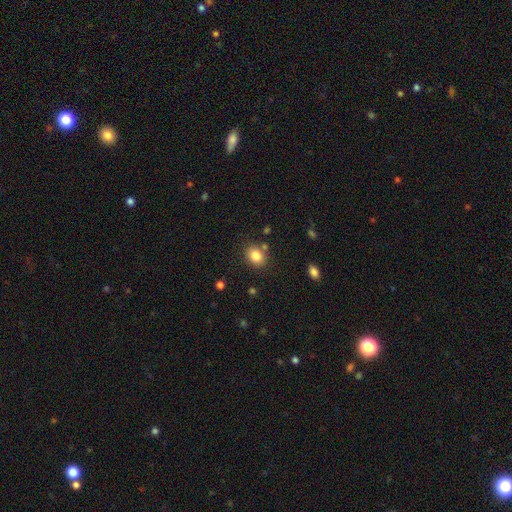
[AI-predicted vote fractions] Smooth or featured? smooth (83%)
How rounded? round (54%)
Merging? none (80%)